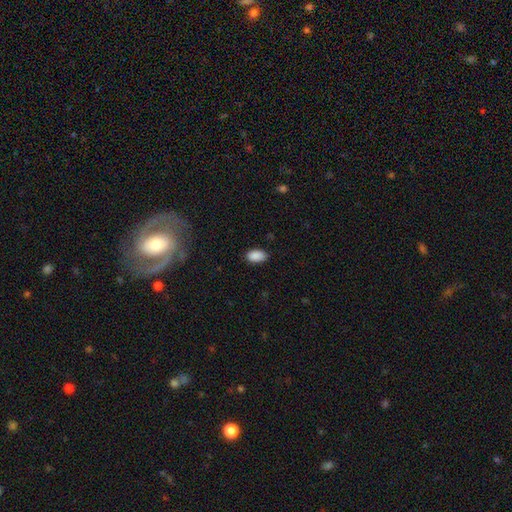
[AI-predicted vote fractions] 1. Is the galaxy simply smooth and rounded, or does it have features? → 90% smooth, 7% star or artifact, 3% featured or disk.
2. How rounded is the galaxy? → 93% in between, 5% round, 2% cigar-shaped.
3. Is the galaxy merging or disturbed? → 83% none, 13% minor disturbance, 2% major disturbance, 1% merger.